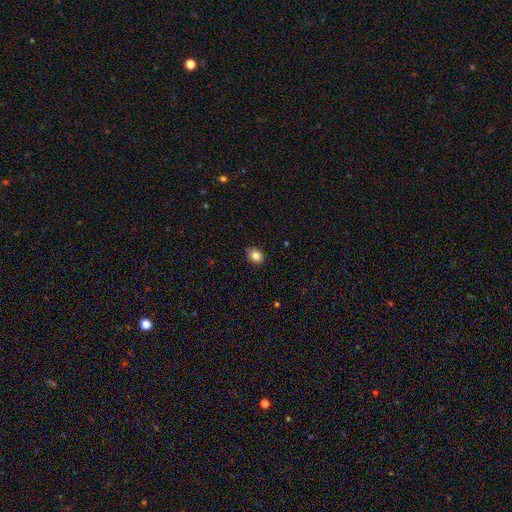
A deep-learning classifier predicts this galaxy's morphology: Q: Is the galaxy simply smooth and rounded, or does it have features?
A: smooth — 84%.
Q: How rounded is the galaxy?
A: round — 50%.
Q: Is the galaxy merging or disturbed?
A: none — 87%.